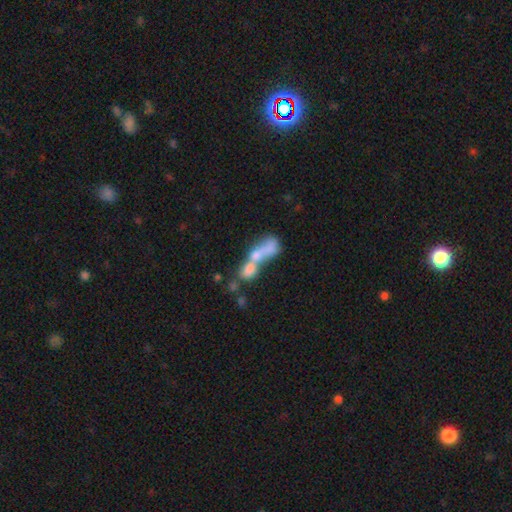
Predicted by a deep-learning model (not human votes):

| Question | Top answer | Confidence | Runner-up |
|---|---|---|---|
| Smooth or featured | smooth | 48% | featured or disk (38%) |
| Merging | merger | 66% | none (15%) |